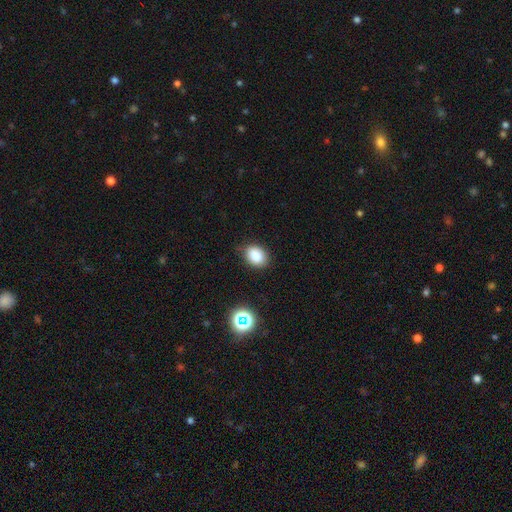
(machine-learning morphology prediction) Smooth or featured?
  - smooth: 83% *
  - star or artifact: 11%
  - featured or disk: 6%
How rounded?
  - in between: 62% *
  - round: 37%
  - cigar-shaped: 1%
Merging?
  - none: 80% *
  - minor disturbance: 15%
  - major disturbance: 3%
  - merger: 2%